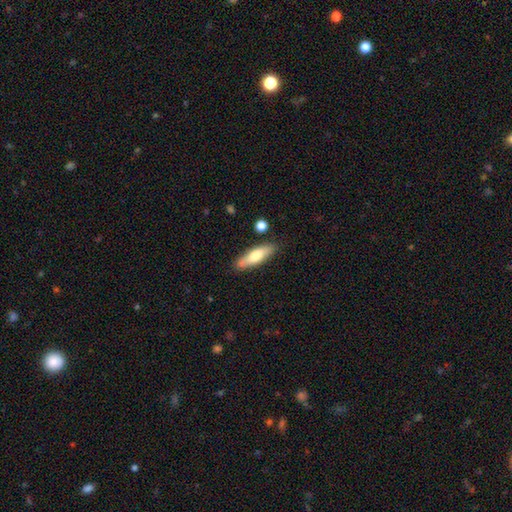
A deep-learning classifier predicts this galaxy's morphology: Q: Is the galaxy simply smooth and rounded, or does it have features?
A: smooth — 67%.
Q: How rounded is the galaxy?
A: cigar-shaped — 61%.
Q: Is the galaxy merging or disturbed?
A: none — 82%.